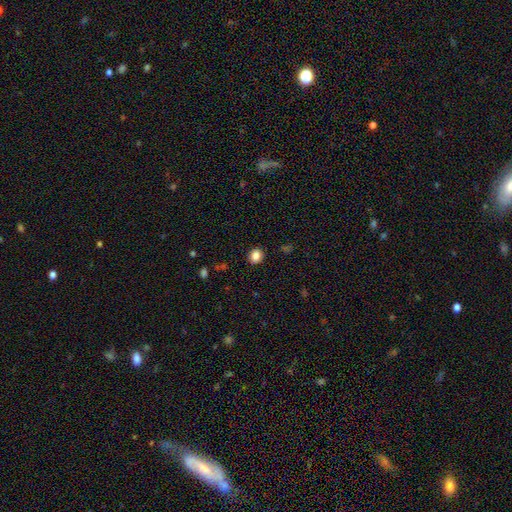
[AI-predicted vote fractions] Morphology: type=smooth (85%); roundness=round (68%); merging=none (90%).